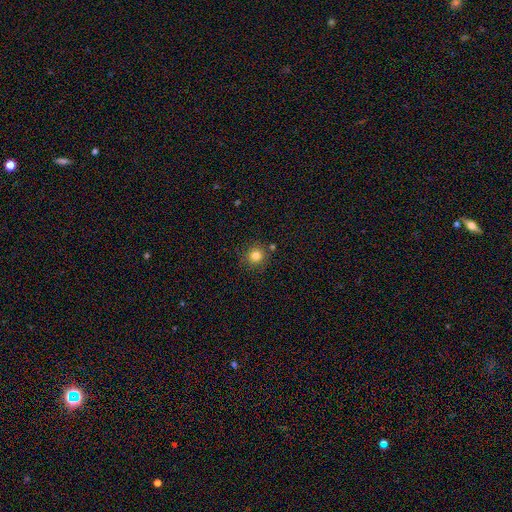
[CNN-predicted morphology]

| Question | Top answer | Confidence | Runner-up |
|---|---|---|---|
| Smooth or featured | smooth | 81% | star or artifact (13%) |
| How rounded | round | 93% | in between (6%) |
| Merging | none | 84% | minor disturbance (9%) |